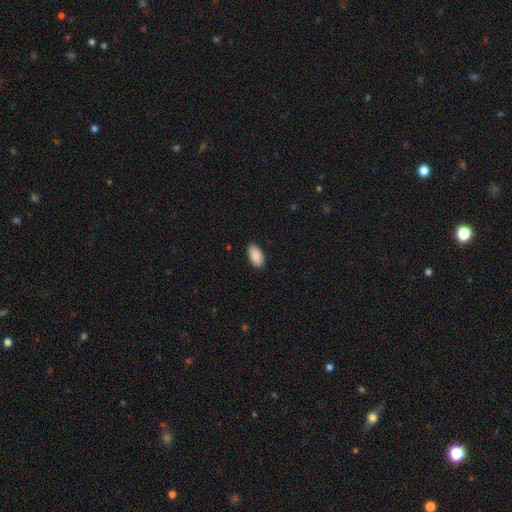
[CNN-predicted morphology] The model was most divided on "merging": none: 87%, minor disturbance: 10%, major disturbance: 2%, merger: 1%. More confident: how rounded — in between (95%); smooth or featured — smooth (90%).